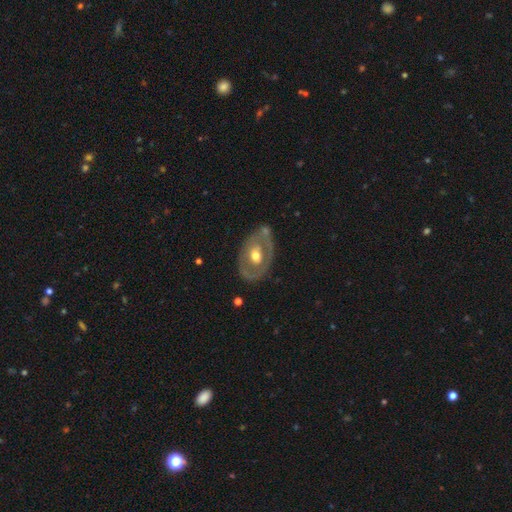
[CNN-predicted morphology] featured or disk 62%, smooth 33%, star or artifact 5%. Down the decision tree: edge-on disk — no (92%); bar — no (77%); spiral arms — no (78%); bulge size — moderate (74%); merging — none (66%).